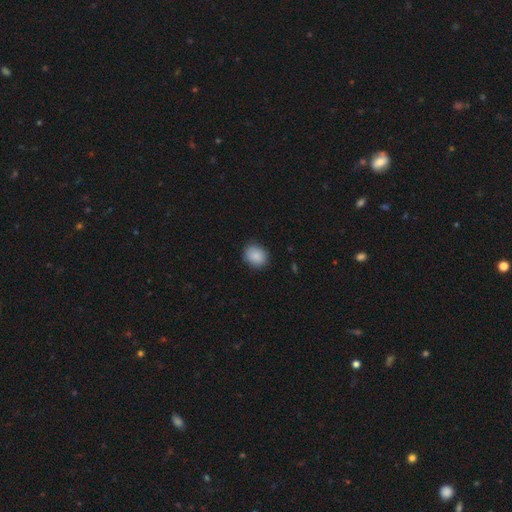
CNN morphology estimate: This is clearly a smooth galaxy (88%). How rounded: possibly round (56%). Merging: clearly none (86%).